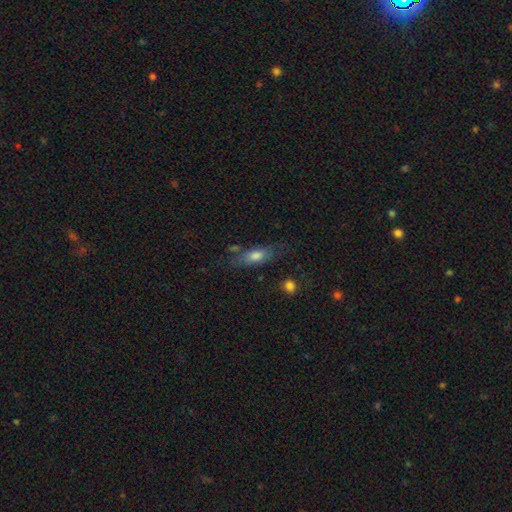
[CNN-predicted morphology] smooth 70%, featured or disk 21%, star or artifact 8%. Down the decision tree: how rounded — in between (65%); merging — none (62%).